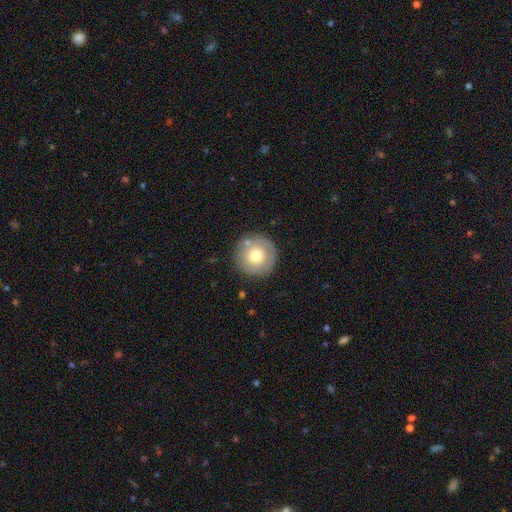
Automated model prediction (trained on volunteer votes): Smooth or featured: smooth — 69% (featured or disk — 23%)
How rounded: round — 96% (in between — 3%)
Merging: none — 82% (minor disturbance — 10%)